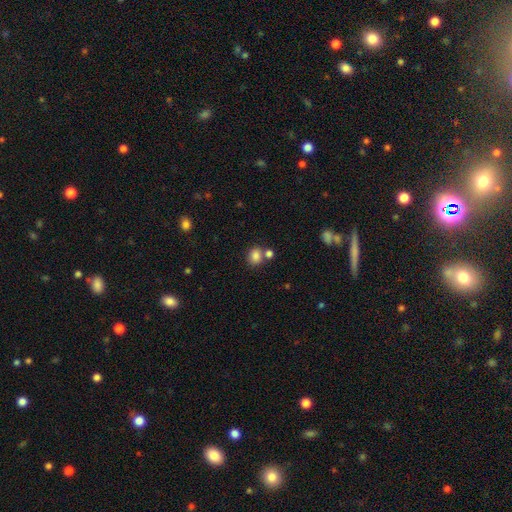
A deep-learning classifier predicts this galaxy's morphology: This appears to be a smooth galaxy with no disk features (83%) that is round (57%). Merging: none (59%).